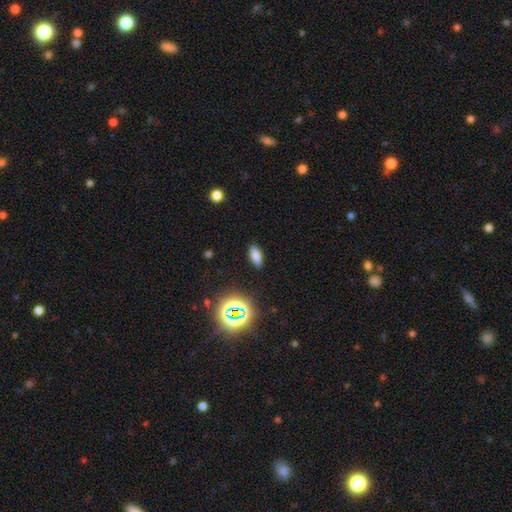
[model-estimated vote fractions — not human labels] Morphology: type=smooth (75%); roundness=in between (79%); merging=none (88%).